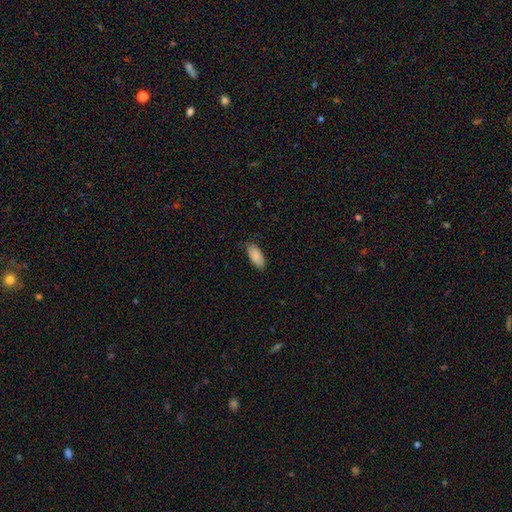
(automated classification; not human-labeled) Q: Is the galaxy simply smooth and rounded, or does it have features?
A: smooth — 88%.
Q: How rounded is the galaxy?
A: in between — 89%.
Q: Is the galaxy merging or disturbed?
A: none — 77%.